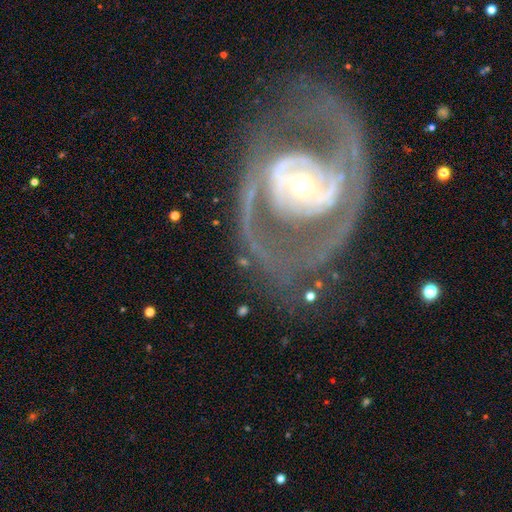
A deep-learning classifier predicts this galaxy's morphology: This appears to be a featured or disk galaxy (85%) with no bar (42%), 2 (73%) medium (42%) spiral arms (74%) and a small central bulge (47%). Merging: none (66%).